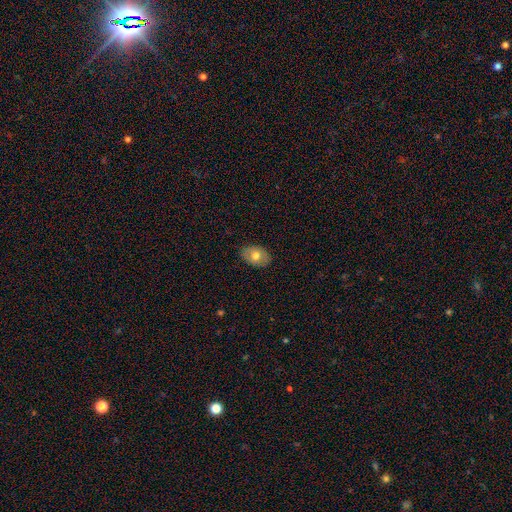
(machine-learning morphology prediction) smooth-or-featured: smooth: 66% | featured or disk: 27% | star or artifact: 7%
  how-rounded: in between: 79% | round: 20% | cigar-shaped: 1%
  merging: none: 86% | minor disturbance: 11% | major disturbance: 2% | merger: 1%